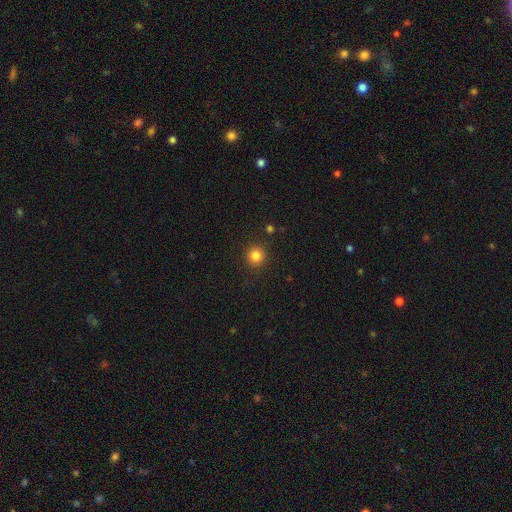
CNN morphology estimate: The model was most divided on "smooth or featured": smooth: 83%, star or artifact: 12%, featured or disk: 4%. More confident: how rounded — round (94%); merging — none (91%).